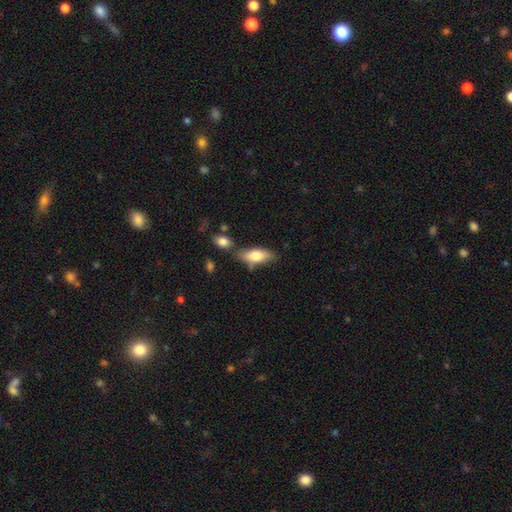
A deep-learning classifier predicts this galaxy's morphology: This appears to be a smooth galaxy with no disk features (74%) that is in between round and cigar-shaped (78%). Merging: none (64%).